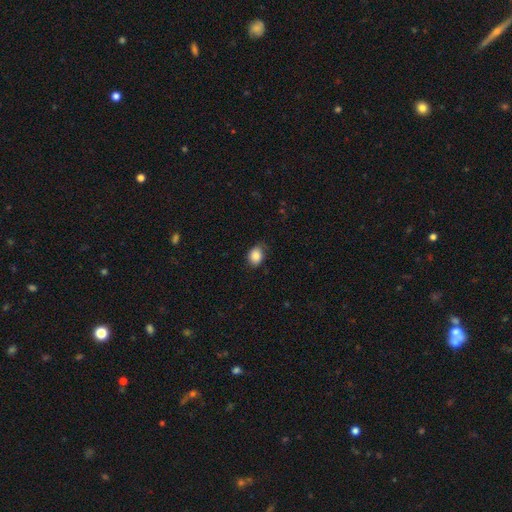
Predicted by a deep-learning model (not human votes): smooth-or-featured: smooth: 85% | star or artifact: 9% | featured or disk: 6%
  how-rounded: in between: 59% | round: 40% | cigar-shaped: 1%
  merging: none: 70% | minor disturbance: 24% | major disturbance: 5% | merger: 1%